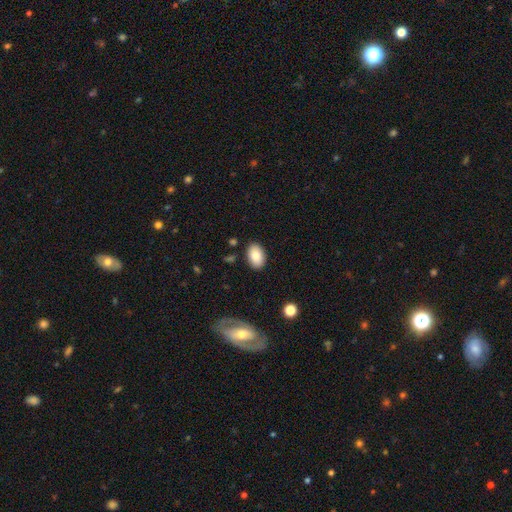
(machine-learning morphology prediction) smooth_or_featured: smooth (p=0.85) [alt: featured or disk p=0.08]
how_rounded: in between (p=0.90) [alt: round p=0.09]
merging: none (p=0.87) [alt: minor disturbance p=0.09]